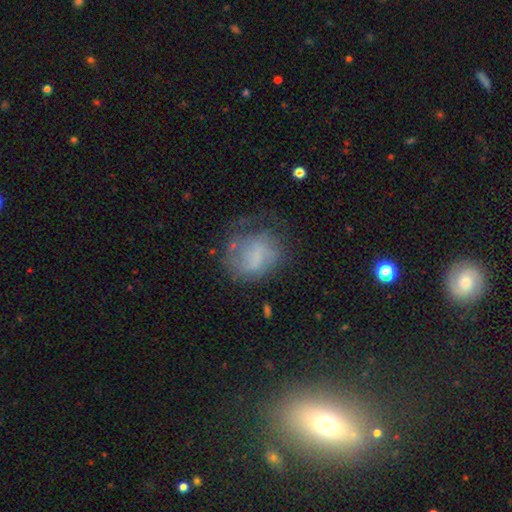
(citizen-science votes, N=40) This appears to be a smooth galaxy with no disk features (57%) that is round (70%). Merging: major disturbance (41%).